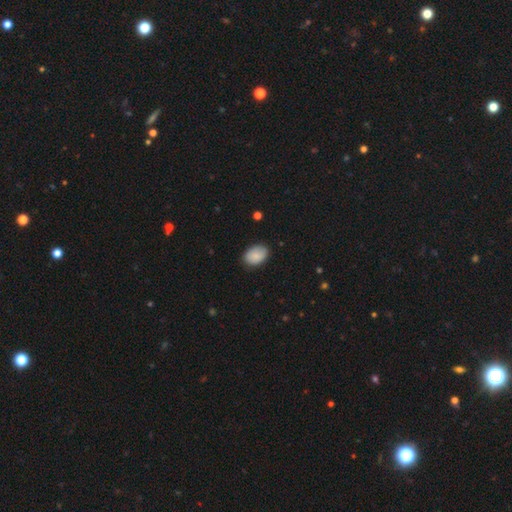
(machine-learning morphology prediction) smooth-or-featured: smooth: 87% | featured or disk: 7% | star or artifact: 6%
  how-rounded: in between: 86% | round: 13% | cigar-shaped: 1%
  merging: none: 82% | minor disturbance: 14% | major disturbance: 3% | merger: 1%